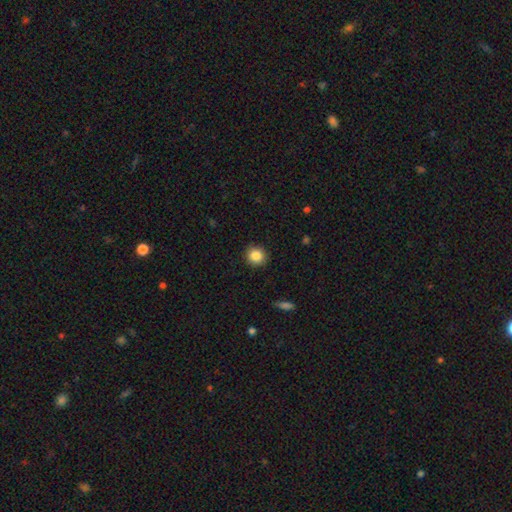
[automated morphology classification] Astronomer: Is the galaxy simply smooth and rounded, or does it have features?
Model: smooth — 85%.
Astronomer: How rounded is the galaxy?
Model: round — 90%.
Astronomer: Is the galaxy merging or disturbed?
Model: none — 90%.